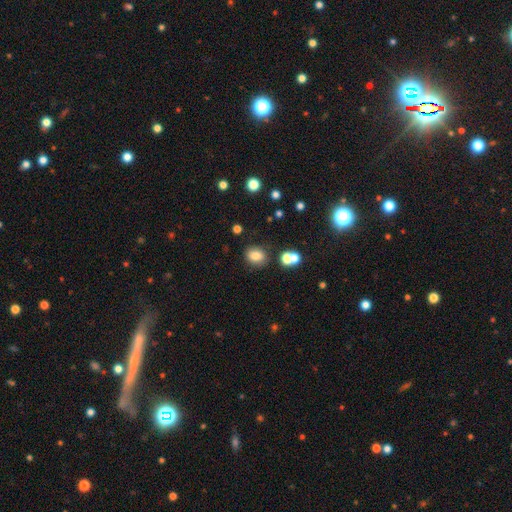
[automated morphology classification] Smooth or featured?
  - smooth: 80% *
  - star or artifact: 12%
  - featured or disk: 8%
How rounded?
  - round: 52% *
  - in between: 47%
  - cigar-shaped: 1%
Merging?
  - none: 81% *
  - minor disturbance: 10%
  - merger: 6%
  - major disturbance: 3%